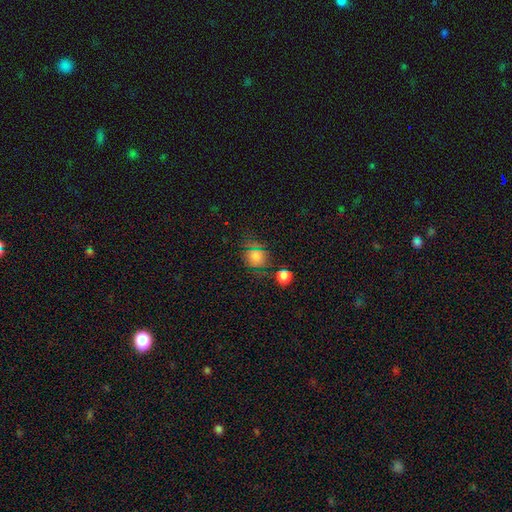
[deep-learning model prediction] Q: Smooth or featured?
A: smooth (63%); runner-up: star or artifact (27%)
Q: How rounded?
A: round (77%); runner-up: in between (22%)
Q: Merging?
A: none (70%); runner-up: minor disturbance (16%)